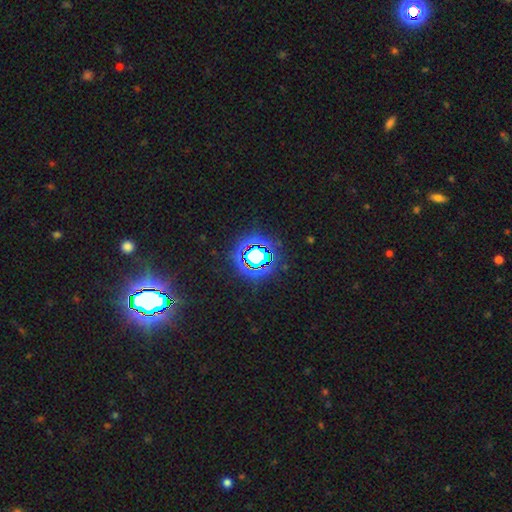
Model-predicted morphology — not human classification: A star or artifact, not a galaxy (71%).

Vote fractions:
- Smooth or featured? star or artifact: 71% / smooth: 18% / featured or disk: 11%